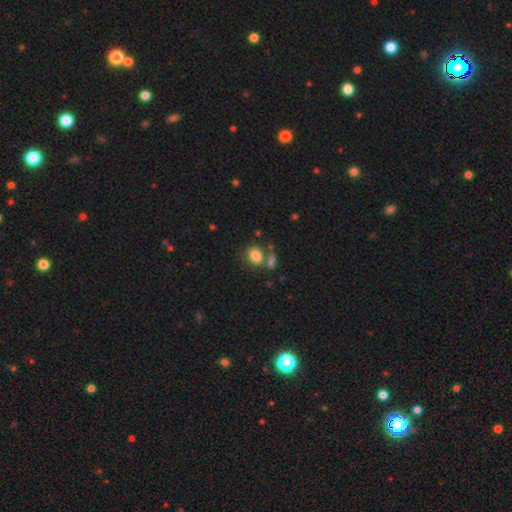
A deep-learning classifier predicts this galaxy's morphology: smooth 82%, star or artifact 10%, featured or disk 7%. Down the decision tree: how rounded — in between (66%); merging — none (58%).